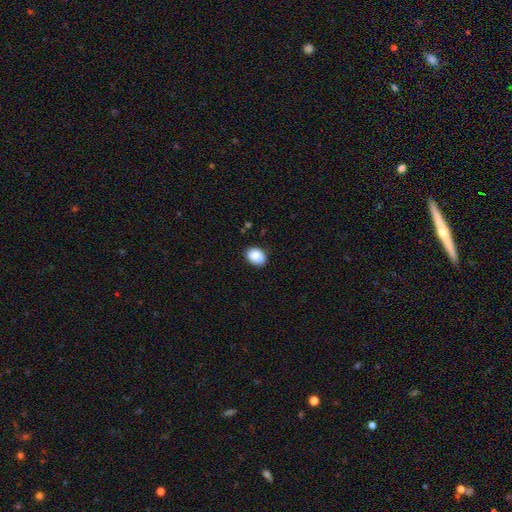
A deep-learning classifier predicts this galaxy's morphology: smooth 86%, star or artifact 8%, featured or disk 6%. Down the decision tree: how rounded — in between (60%); merging — none (79%).